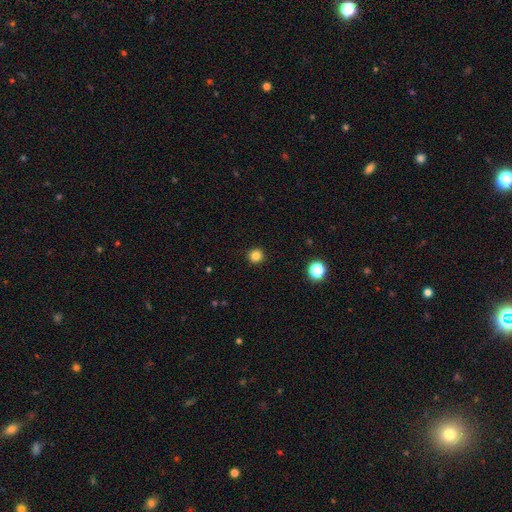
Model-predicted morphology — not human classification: Smooth or featured?
  - smooth: 83% *
  - star or artifact: 13%
  - featured or disk: 4%
How rounded?
  - round: 95% *
  - in between: 4%
  - cigar-shaped: 1%
Merging?
  - none: 93% *
  - minor disturbance: 5%
  - major disturbance: 2%
  - merger: 1%